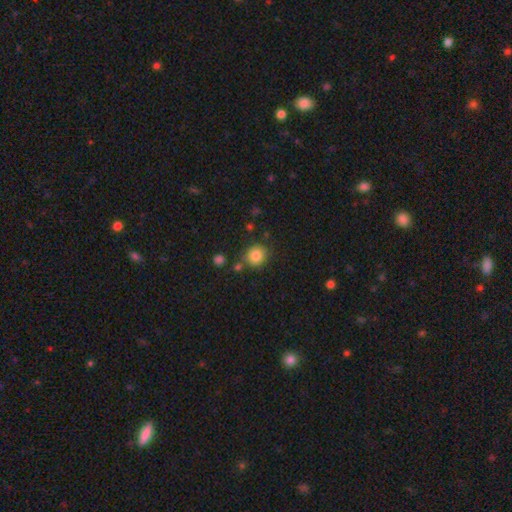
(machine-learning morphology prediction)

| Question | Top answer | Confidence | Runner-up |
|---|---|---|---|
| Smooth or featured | smooth | 83% | star or artifact (10%) |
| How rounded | round | 84% | in between (15%) |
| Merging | none | 79% | minor disturbance (11%) |